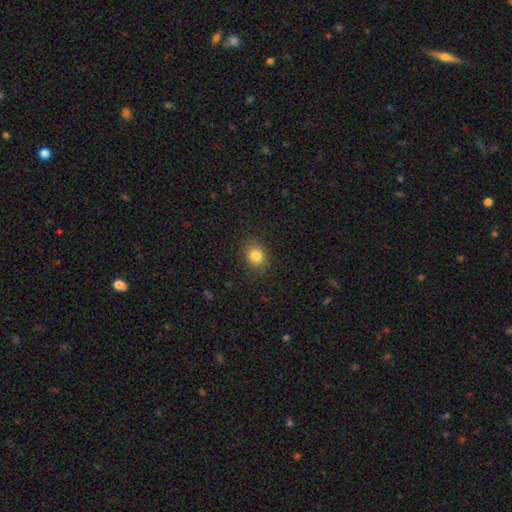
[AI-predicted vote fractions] The model was most divided on "how rounded": round: 56%, in between: 43%, cigar-shaped: 1%. More confident: merging — none (86%); smooth or featured — smooth (83%).